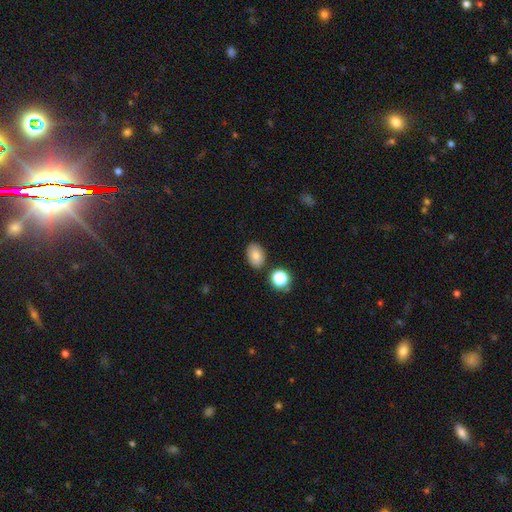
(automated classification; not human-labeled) Morphology: type=smooth (80%); roundness=in between (82%); merging=none (82%).